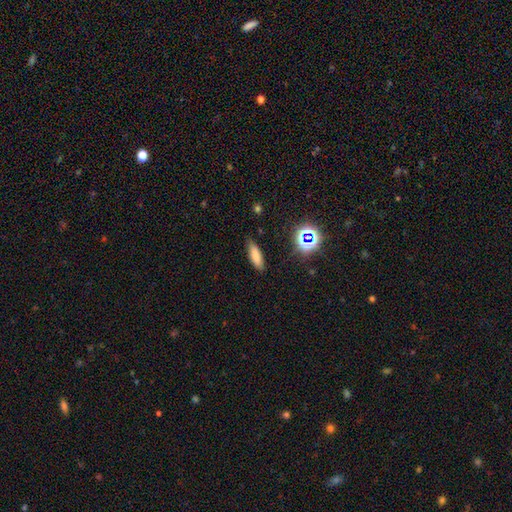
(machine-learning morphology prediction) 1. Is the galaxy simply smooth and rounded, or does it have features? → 77% smooth, 14% star or artifact, 9% featured or disk.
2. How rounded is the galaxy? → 50% in between, 47% cigar-shaped, 3% round.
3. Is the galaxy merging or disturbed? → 83% none, 12% minor disturbance, 3% major disturbance, 2% merger.